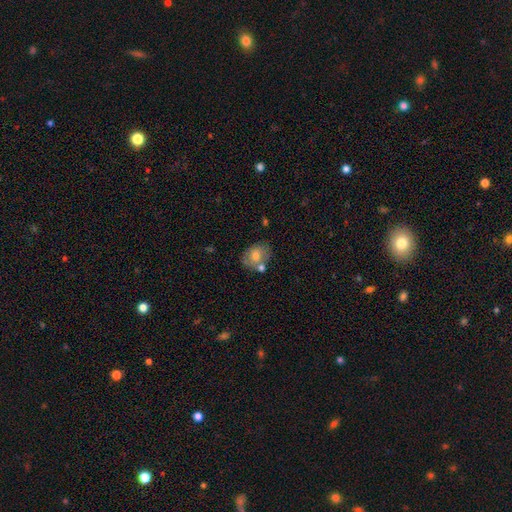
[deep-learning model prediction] A smooth galaxy with no disk features (66%) that is in between round and cigar-shaped (50%). Merging: none (57%).